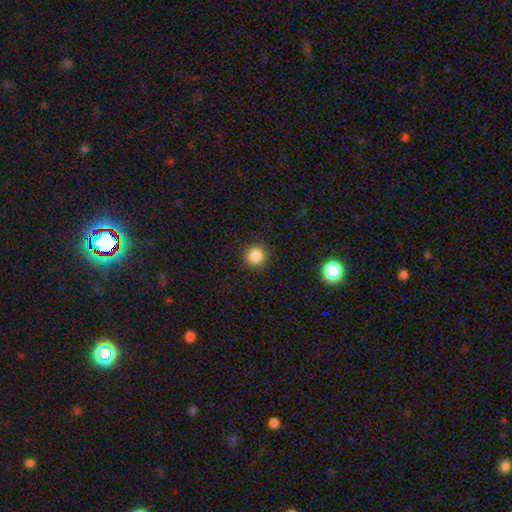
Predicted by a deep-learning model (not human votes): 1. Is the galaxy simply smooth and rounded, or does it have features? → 85% smooth, 11% star or artifact, 4% featured or disk.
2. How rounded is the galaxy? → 95% round, 4% in between, 1% cigar-shaped.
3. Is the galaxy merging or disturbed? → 91% none, 6% minor disturbance, 2% major disturbance, 1% merger.